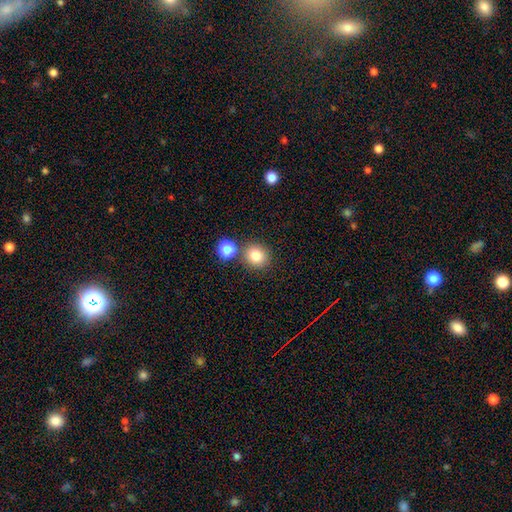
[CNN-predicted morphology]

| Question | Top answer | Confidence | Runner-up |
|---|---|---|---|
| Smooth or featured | smooth | 83% | star or artifact (11%) |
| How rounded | round | 86% | in between (13%) |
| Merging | none | 74% | merger (15%) |